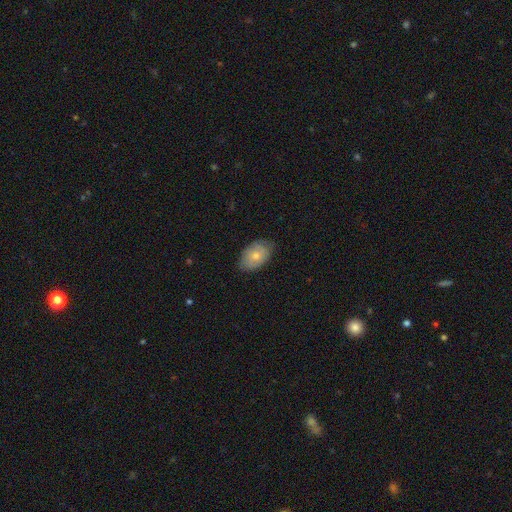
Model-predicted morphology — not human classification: This is likely a smooth galaxy (72%). How rounded: clearly in between (90%). Merging: likely none (76%).